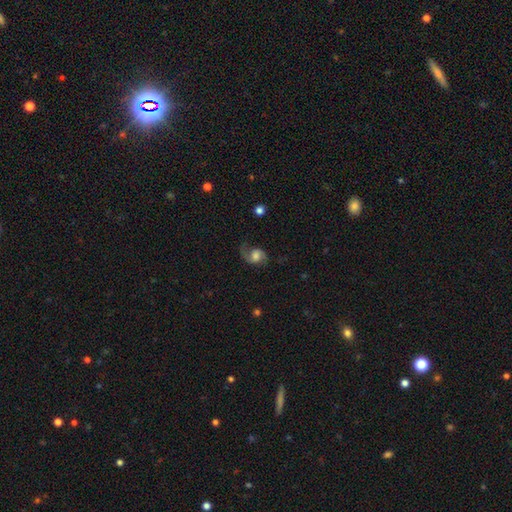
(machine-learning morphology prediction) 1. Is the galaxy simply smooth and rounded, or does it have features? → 75% featured or disk, 17% smooth, 8% star or artifact.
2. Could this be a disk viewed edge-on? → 97% no, 3% yes.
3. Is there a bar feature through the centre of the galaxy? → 57% no, 36% weak, 7% strong.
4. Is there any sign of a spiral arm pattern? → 95% yes, 5% no.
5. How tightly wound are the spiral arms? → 50% loose, 40% medium, 9% tight.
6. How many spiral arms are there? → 84% 2, 11% 1, 3% can't tell, 1% 3, 1% 4, 1% more than 4.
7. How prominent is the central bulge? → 42% moderate, 28% large, 17% small, 9% none, 4% dominant.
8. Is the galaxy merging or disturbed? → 65% none, 19% minor disturbance, 14% major disturbance, 2% merger.